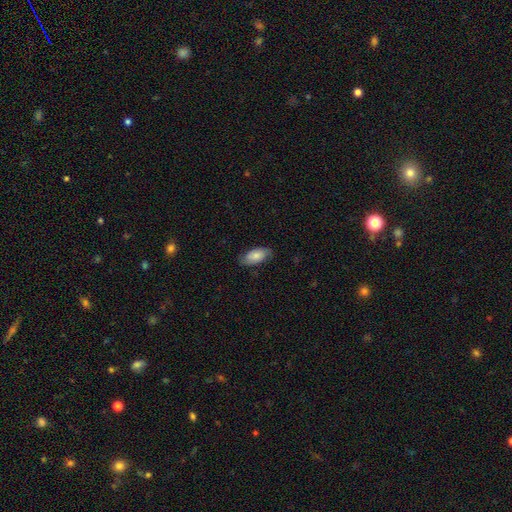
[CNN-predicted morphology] The model was most divided on "smooth or featured": smooth: 75%, featured or disk: 18%, star or artifact: 6%. More confident: how rounded — in between (92%); merging — none (78%).